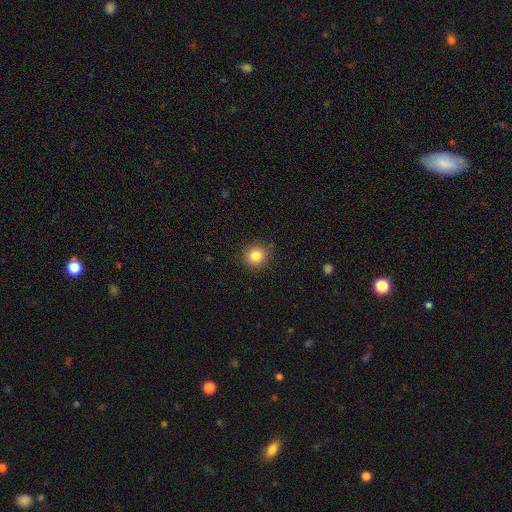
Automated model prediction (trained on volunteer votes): Overall: smooth (83%). How rounded: round (92%). Merging: none (89%).